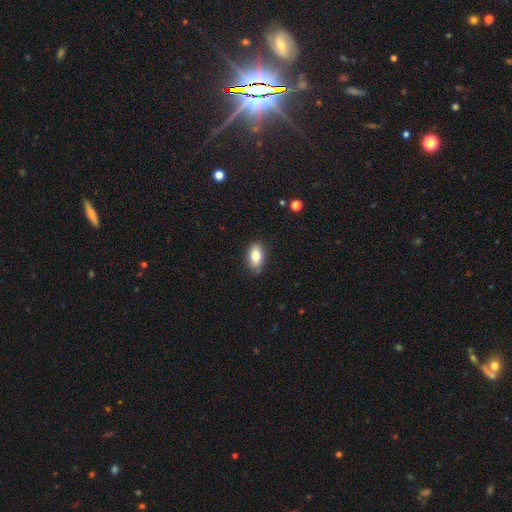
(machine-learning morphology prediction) Smooth or featured: smooth — 81% (featured or disk — 11%)
How rounded: in between — 89% (round — 8%)
Merging: none — 82% (minor disturbance — 14%)